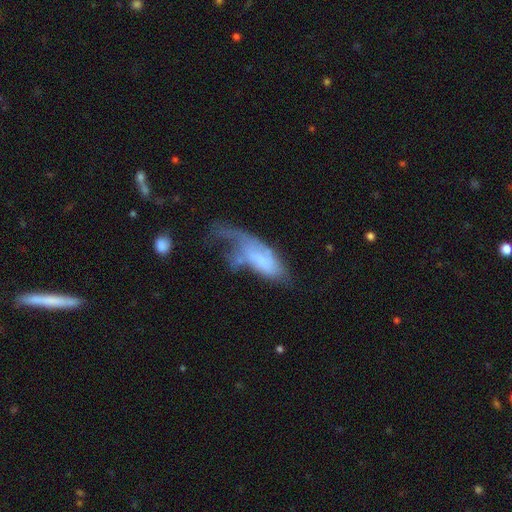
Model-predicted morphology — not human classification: This appears to be a featured or disk galaxy (46%). Merging: major disturbance (50%).